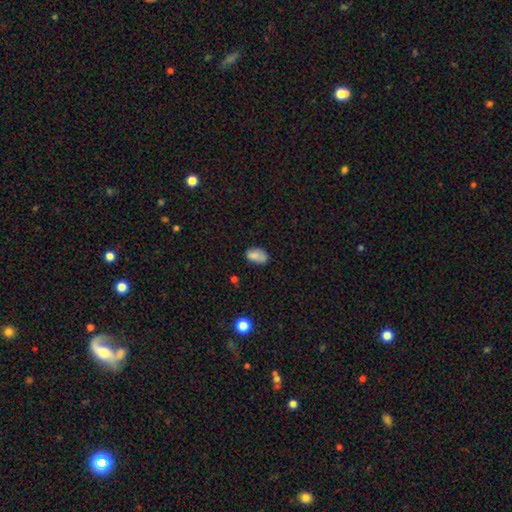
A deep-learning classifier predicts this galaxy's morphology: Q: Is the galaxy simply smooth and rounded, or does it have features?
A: smooth — 81%.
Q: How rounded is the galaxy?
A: in between — 90%.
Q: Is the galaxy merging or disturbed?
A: none — 64%.